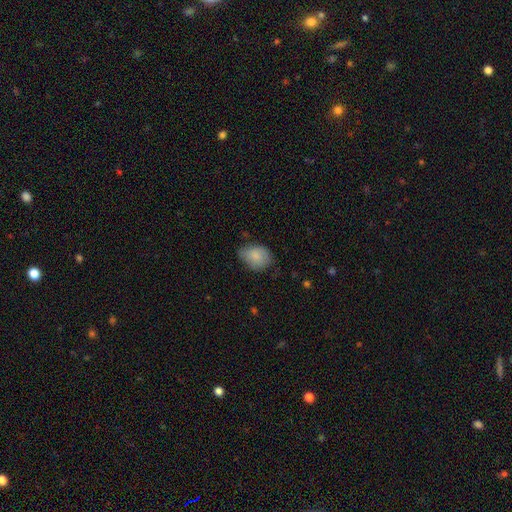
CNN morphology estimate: Smooth or featured: smooth — 83% (featured or disk — 10%)
How rounded: in between — 66% (round — 33%)
Merging: none — 54% (minor disturbance — 37%)